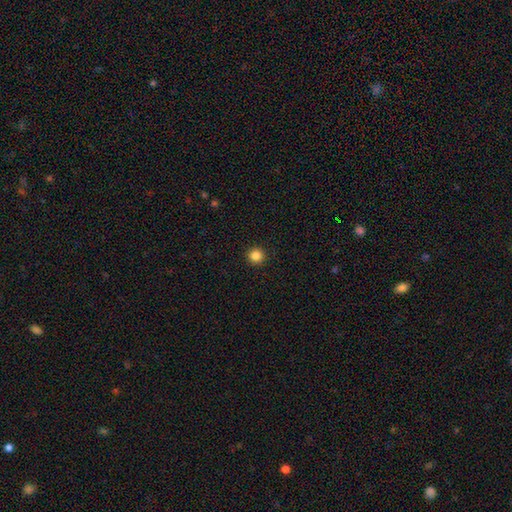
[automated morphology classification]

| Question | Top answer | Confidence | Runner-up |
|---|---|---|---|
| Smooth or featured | smooth | 86% | star or artifact (11%) |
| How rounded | round | 95% | in between (4%) |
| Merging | none | 93% | minor disturbance (4%) |